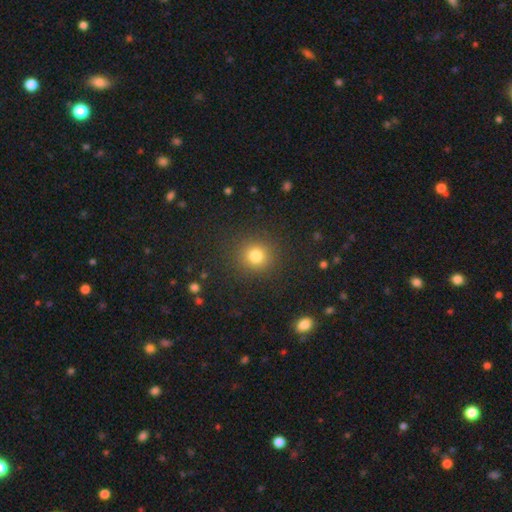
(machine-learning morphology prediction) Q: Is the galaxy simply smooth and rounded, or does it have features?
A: smooth — 79%.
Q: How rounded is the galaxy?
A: round — 89%.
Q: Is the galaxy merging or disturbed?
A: none — 89%.